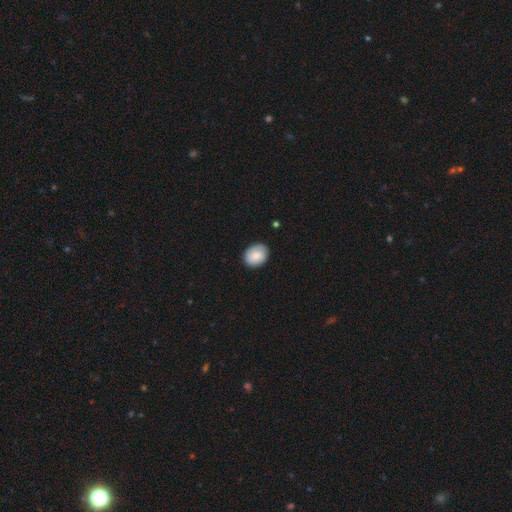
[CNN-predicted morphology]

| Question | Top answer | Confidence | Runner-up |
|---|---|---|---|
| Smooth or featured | smooth | 77% | featured or disk (16%) |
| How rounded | in between | 57% | round (42%) |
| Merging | none | 83% | minor disturbance (14%) |